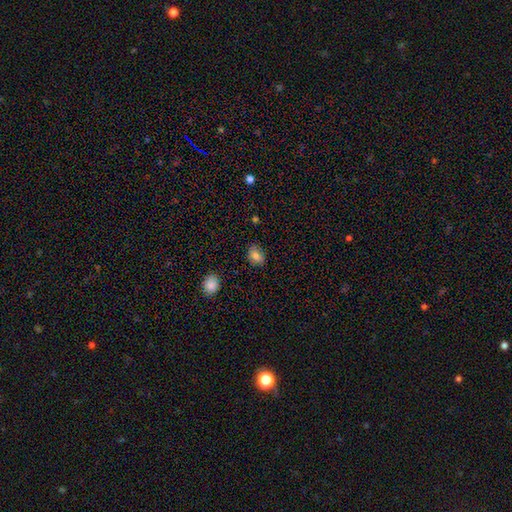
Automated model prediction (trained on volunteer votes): A smooth galaxy with no disk features (82%) that is in between round and cigar-shaped (64%). Merging: none (79%).